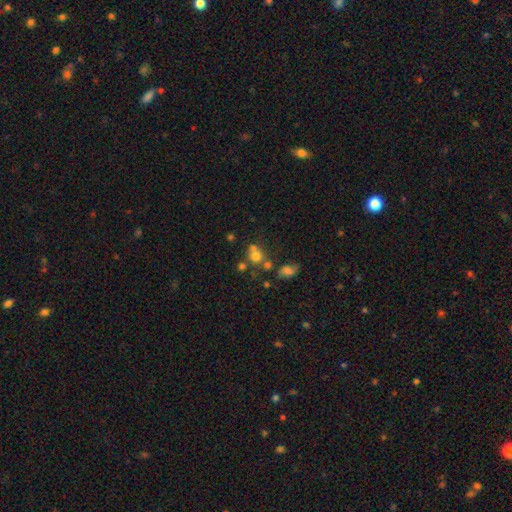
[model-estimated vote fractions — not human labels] Overall: smooth (66%). How rounded: round (79%). Merging: none (47%; merger 37%).